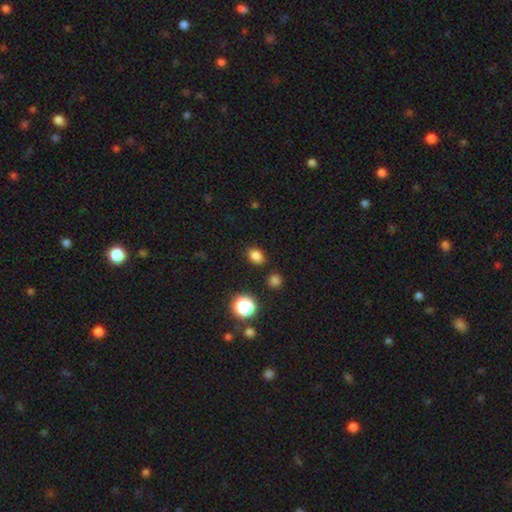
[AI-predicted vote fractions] Q: Smooth or featured?
A: smooth (81%); runner-up: star or artifact (15%)
Q: How rounded?
A: in between (61%); runner-up: round (38%)
Q: Merging?
A: none (85%); runner-up: minor disturbance (9%)